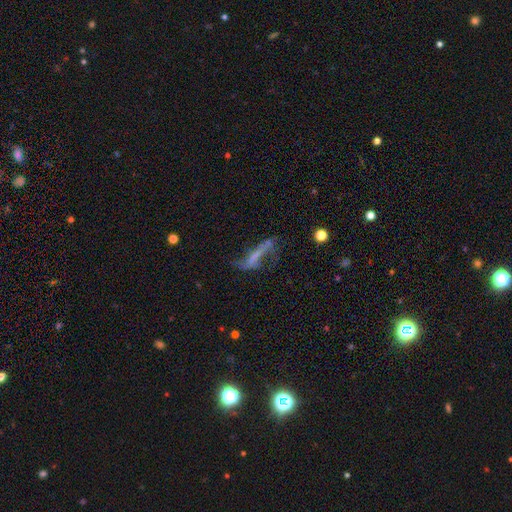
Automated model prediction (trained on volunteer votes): A featured or disk galaxy (53%).

Vote fractions:
- Smooth or featured? featured or disk: 53% / smooth: 32% / star or artifact: 15%
- Edge-on disk? no: 68% / yes: 32%
- Merging? major disturbance: 38% / none: 32% / minor disturbance: 21% / merger: 9%